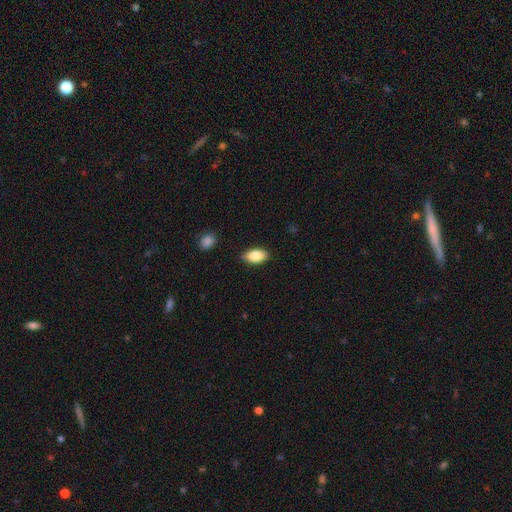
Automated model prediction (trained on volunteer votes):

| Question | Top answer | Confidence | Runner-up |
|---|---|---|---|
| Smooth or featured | smooth | 85% | featured or disk (7%) |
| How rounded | in between | 92% | round (5%) |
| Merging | none | 85% | minor disturbance (12%) |